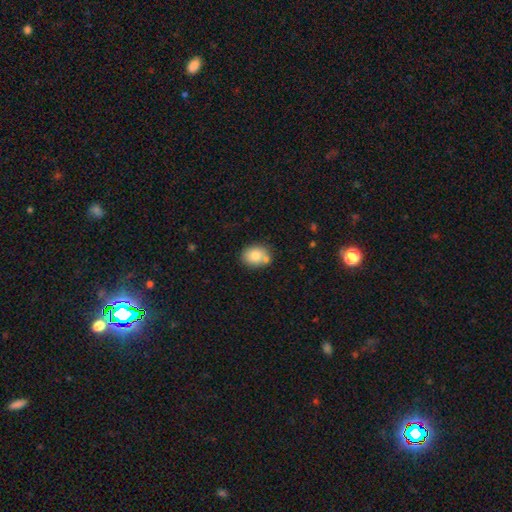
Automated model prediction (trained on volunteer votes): Smooth or featured? Predicted: smooth (p=0.79). How rounded? Predicted: in between (p=0.56). Merging? Predicted: none (p=0.64).